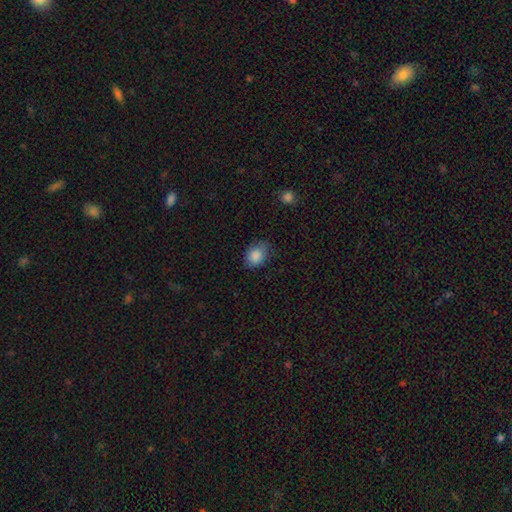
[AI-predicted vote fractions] Smooth or featured? Predicted: smooth (p=0.86). How rounded? Predicted: in between (p=0.65). Merging? Predicted: none (p=0.65).